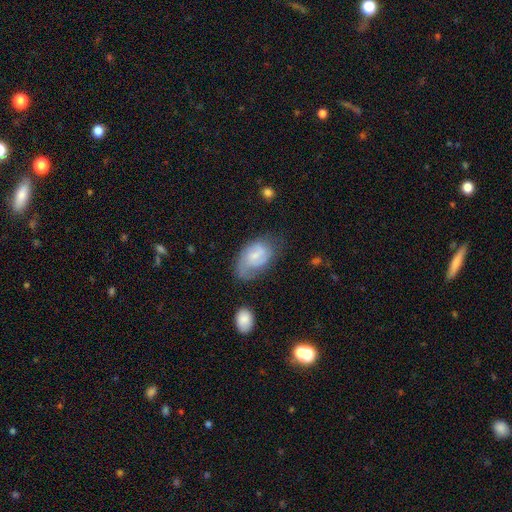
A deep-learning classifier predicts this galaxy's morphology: type=featured or disk (50%); edge-on=no (96%); merging=none (47%).